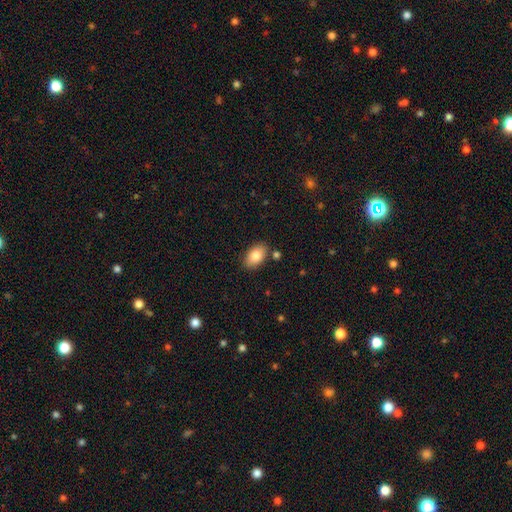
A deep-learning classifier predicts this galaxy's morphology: Smooth or featured?
  - smooth: 82% *
  - featured or disk: 11%
  - star or artifact: 7%
How rounded?
  - in between: 92% *
  - round: 7%
  - cigar-shaped: 1%
Merging?
  - none: 84% *
  - minor disturbance: 10%
  - merger: 4%
  - major disturbance: 2%